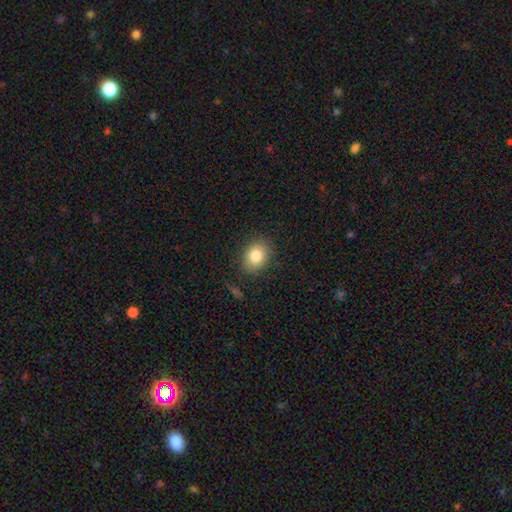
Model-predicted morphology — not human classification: smooth-or-featured: smooth: 83% | star or artifact: 9% | featured or disk: 8%
  how-rounded: round: 53% | in between: 46% | cigar-shaped: 1%
  merging: none: 85% | minor disturbance: 10% | major disturbance: 3% | merger: 1%